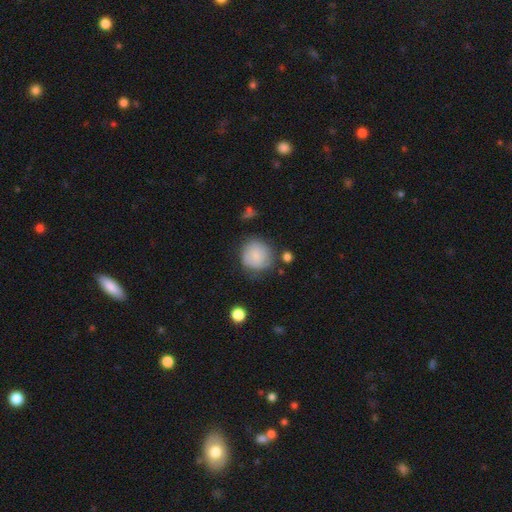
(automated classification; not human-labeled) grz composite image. It shows a smooth galaxy with no disk features (77%) that is round (89%). Merging: none (66%).